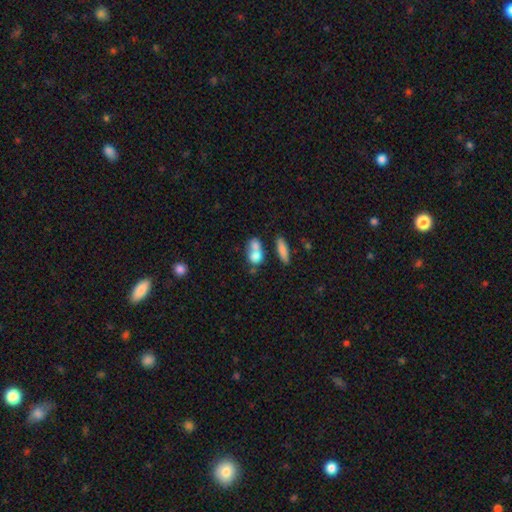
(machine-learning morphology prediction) smooth_or_featured: smooth (p=0.76) [alt: featured or disk p=0.15]
how_rounded: in between (p=0.54) [alt: round p=0.37]
merging: merger (p=0.54) [alt: none p=0.31]